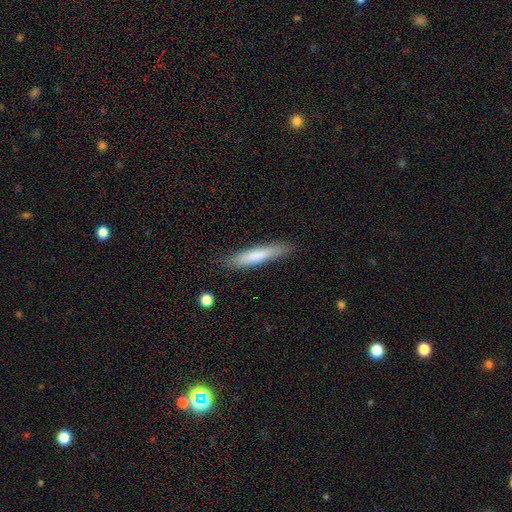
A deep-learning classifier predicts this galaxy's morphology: smooth_or_featured: smooth (p=0.76) [alt: featured or disk p=0.18]
how_rounded: cigar-shaped (p=0.89) [alt: in between p=0.10]
merging: none (p=0.85) [alt: minor disturbance p=0.11]